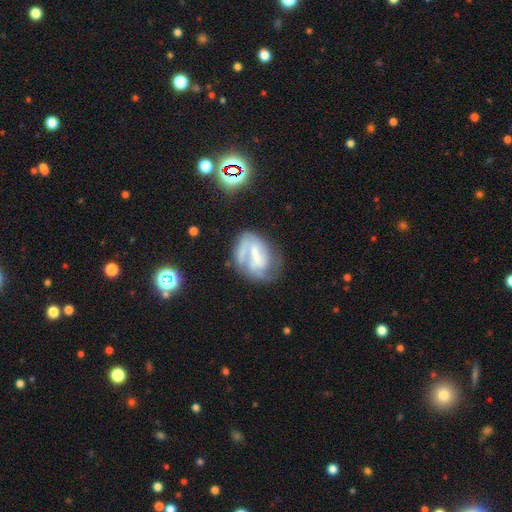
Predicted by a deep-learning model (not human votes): Smooth or featured? featured or disk (59%)
Edge-on disk? no (97%)
Bar? weak (36%)
Spiral arms? yes (59%)
Bulge size? none (43%)
Merging? none (42%)